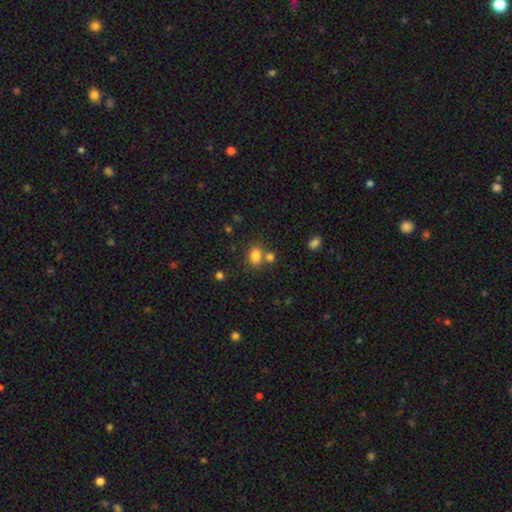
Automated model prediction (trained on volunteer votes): Morphology: type=smooth (81%); roundness=in between (61%); merging=none (56%).